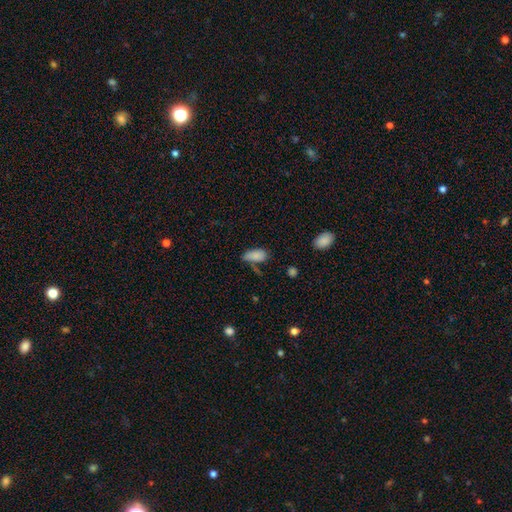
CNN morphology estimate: Overall: smooth (83%). How rounded: in between (90%). Merging: none (48%; minor disturbance 29%).